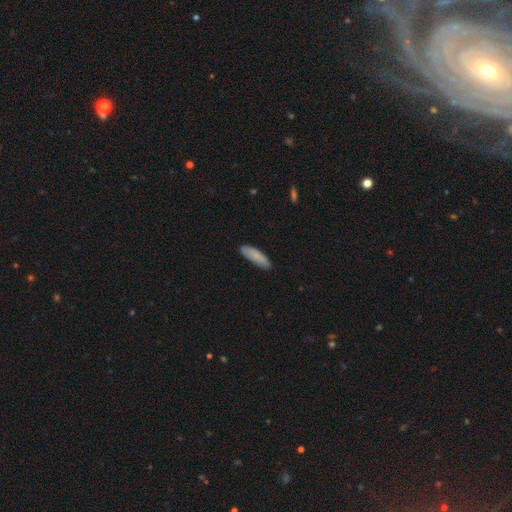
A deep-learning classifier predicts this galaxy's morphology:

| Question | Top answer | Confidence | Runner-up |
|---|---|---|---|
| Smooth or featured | smooth | 82% | featured or disk (13%) |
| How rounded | cigar-shaped | 52% | in between (47%) |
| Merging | none | 84% | minor disturbance (13%) |